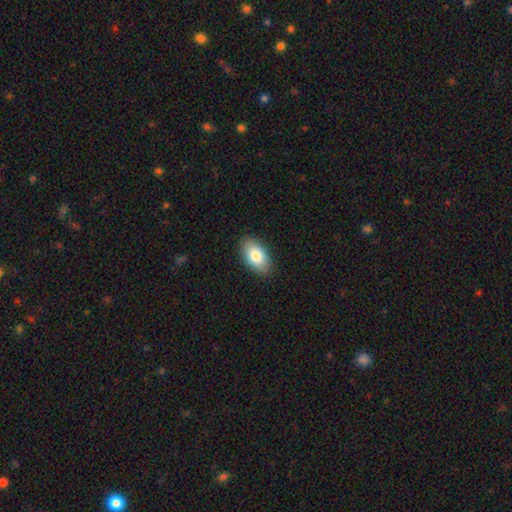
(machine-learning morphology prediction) Smooth or featured?
  - smooth: 82% *
  - featured or disk: 11%
  - star or artifact: 7%
How rounded?
  - in between: 94% *
  - round: 4%
  - cigar-shaped: 2%
Merging?
  - none: 87% *
  - minor disturbance: 9%
  - major disturbance: 2%
  - merger: 1%